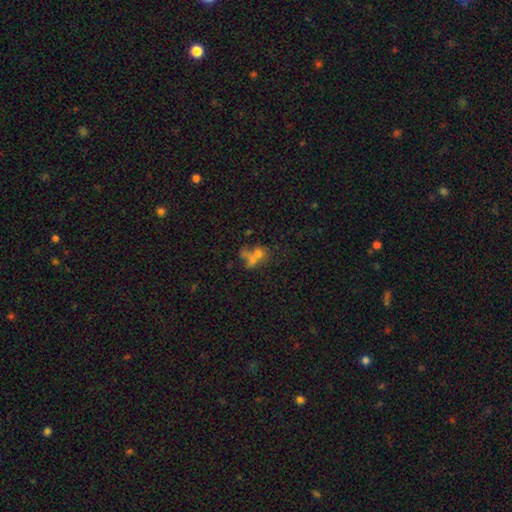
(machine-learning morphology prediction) Q: Smooth or featured?
A: smooth (57%); runner-up: featured or disk (23%)
Q: How rounded?
A: round (58%); runner-up: in between (40%)
Q: Merging?
A: merger (54%); runner-up: none (26%)